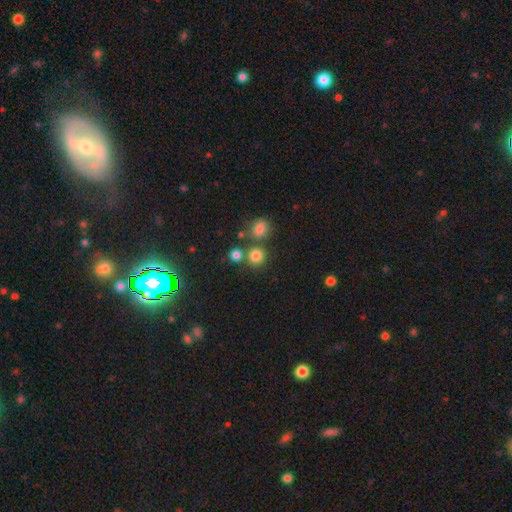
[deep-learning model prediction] This appears to be a smooth galaxy with no disk features (80%) that is round (90%). Merging: none (70%).